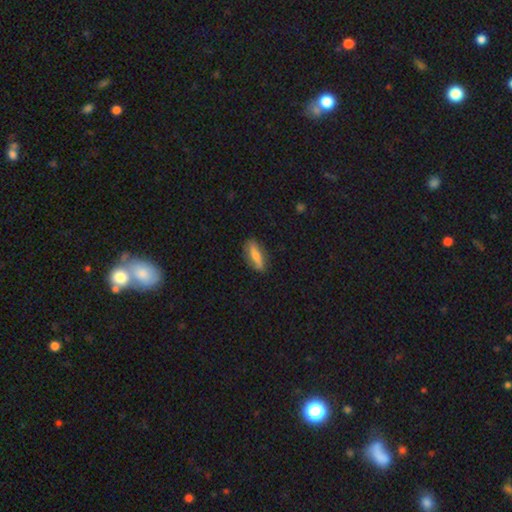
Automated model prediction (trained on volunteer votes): Smooth or featured: smooth — 69% (featured or disk — 24%)
How rounded: in between — 50% (cigar-shaped — 47%)
Merging: none — 81% (minor disturbance — 15%)